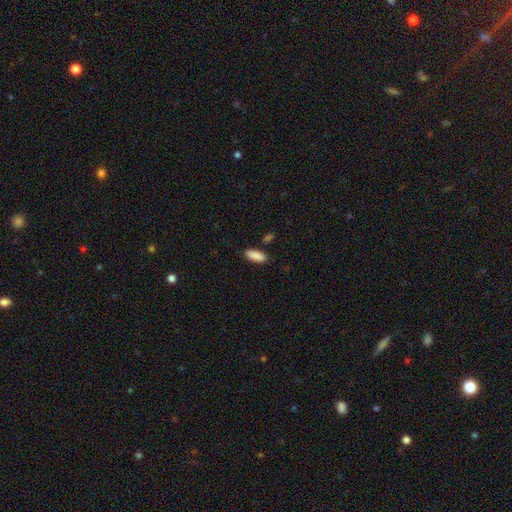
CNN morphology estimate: A smooth galaxy with no disk features (89%) that is in between round and cigar-shaped (73%).

Vote fractions:
- Smooth or featured? smooth: 89% / star or artifact: 6% / featured or disk: 4%
- How rounded? in between: 73% / cigar-shaped: 25% / round: 2%
- Merging? none: 84% / minor disturbance: 11% / merger: 3% / major disturbance: 2%